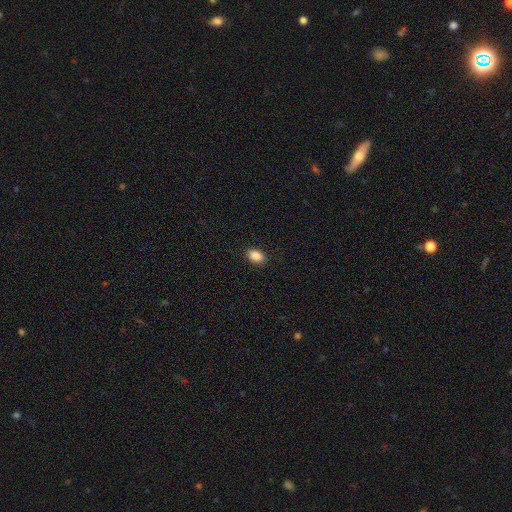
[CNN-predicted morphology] Smooth or featured?
  - smooth: 88% *
  - star or artifact: 8%
  - featured or disk: 3%
How rounded?
  - in between: 80% *
  - round: 19%
  - cigar-shaped: 1%
Merging?
  - none: 89% *
  - minor disturbance: 8%
  - major disturbance: 2%
  - merger: 1%